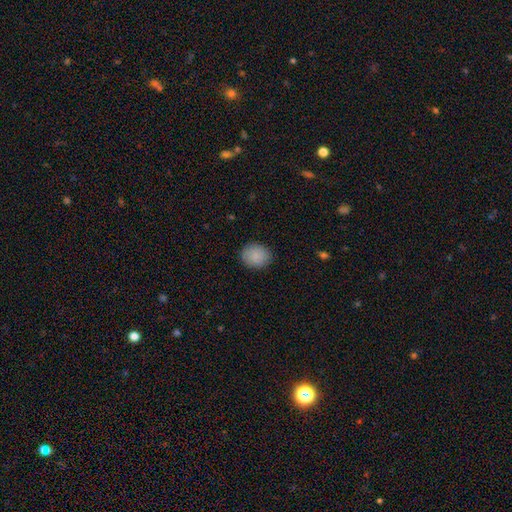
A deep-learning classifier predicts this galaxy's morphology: The model was most divided on "how rounded": round: 63%, in between: 37%, cigar-shaped: 1%. More confident: merging — none (88%); smooth or featured — smooth (87%).